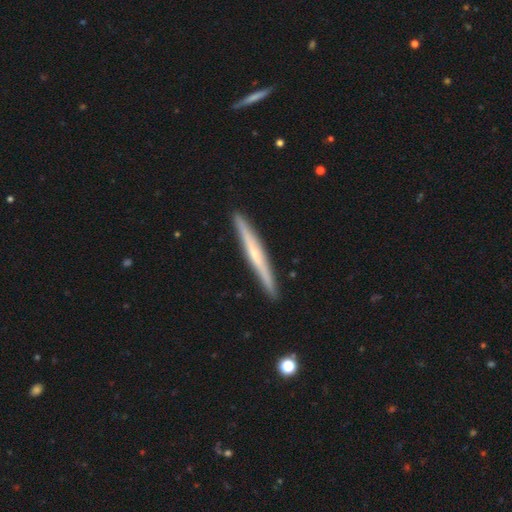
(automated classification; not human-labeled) Smooth or featured? Predicted: featured or disk (p=0.65). Edge-on disk? Predicted: yes (p=0.97). Edge-on bulge? Predicted: rounded (p=0.52). Merging? Predicted: none (p=0.91).